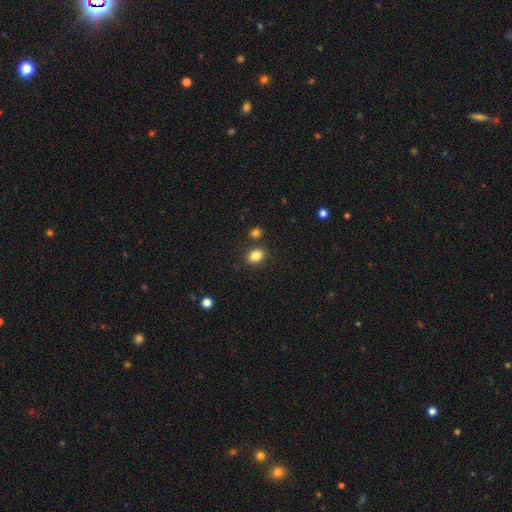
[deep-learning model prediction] Smooth or featured? smooth (84%)
How rounded? in between (65%)
Merging? none (82%)